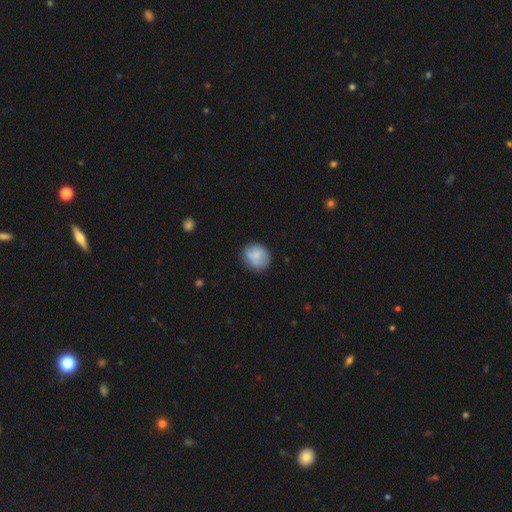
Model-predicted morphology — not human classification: smooth 73%, featured or disk 19%, star or artifact 8%. Down the decision tree: how rounded — round (77%); merging — none (67%).